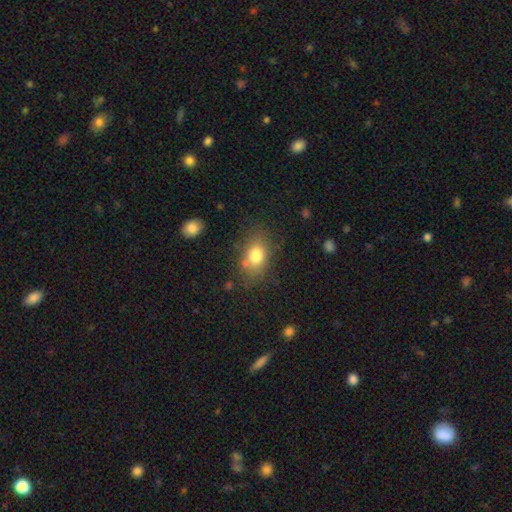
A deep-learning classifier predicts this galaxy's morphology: The model was most divided on "merging": none: 72%, minor disturbance: 17%, major disturbance: 6%, merger: 5%. More confident: smooth or featured — smooth (78%); how rounded — in between (76%).